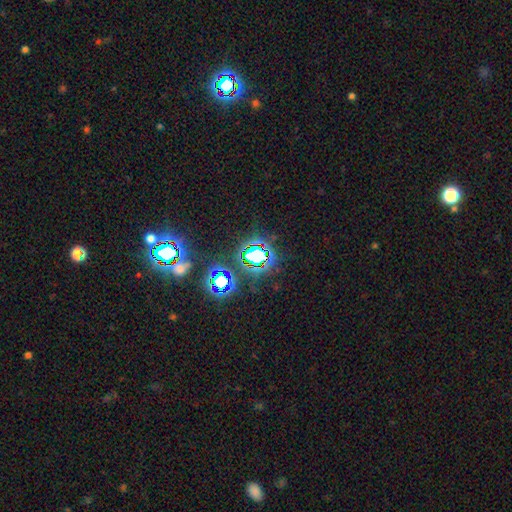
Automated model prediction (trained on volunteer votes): Overall: star or artifact (73%).